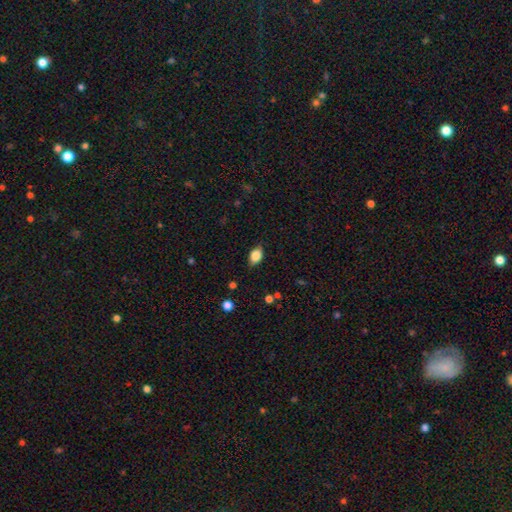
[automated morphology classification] smooth 83%, star or artifact 8%, featured or disk 8%. Down the decision tree: how rounded — in between (81%); merging — none (80%).